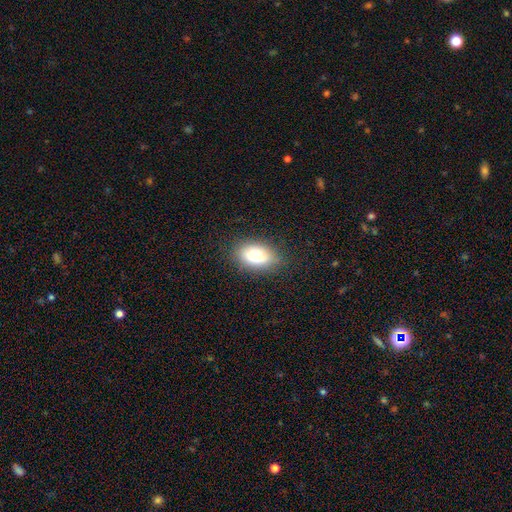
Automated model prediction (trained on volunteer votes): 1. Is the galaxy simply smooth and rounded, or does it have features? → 80% smooth, 11% featured or disk, 8% star or artifact.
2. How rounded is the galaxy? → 90% in between, 7% round, 3% cigar-shaped.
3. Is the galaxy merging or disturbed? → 80% none, 15% minor disturbance, 4% major disturbance, 1% merger.